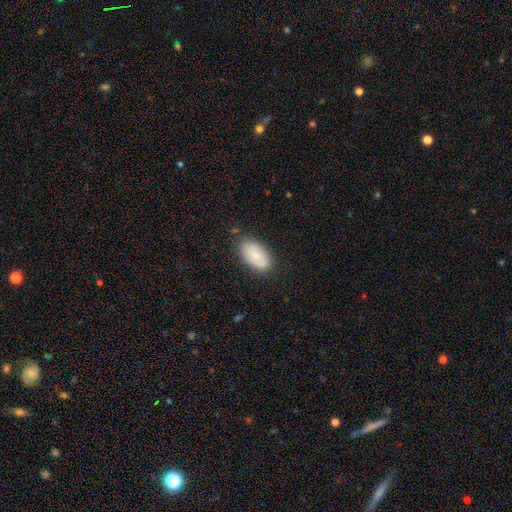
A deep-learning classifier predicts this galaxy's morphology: type=smooth (69%); roundness=in between (93%); merging=none (79%).